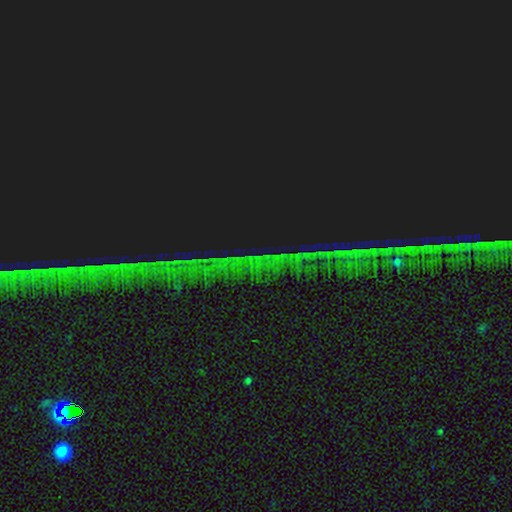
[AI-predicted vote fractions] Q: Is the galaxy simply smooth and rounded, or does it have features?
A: star or artifact — 87%.